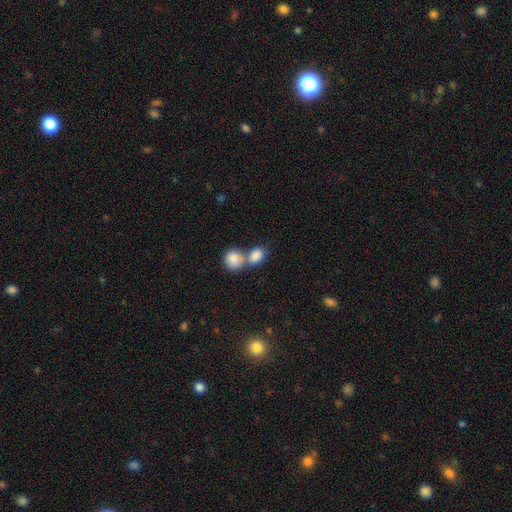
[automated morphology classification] Smooth or featured? smooth (85%)
How rounded? in between (61%)
Merging? merger (60%)